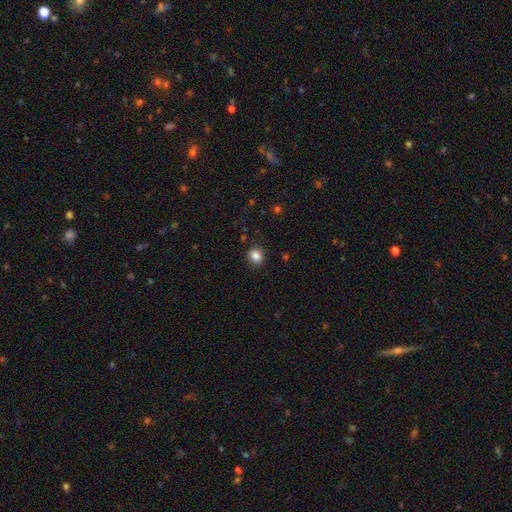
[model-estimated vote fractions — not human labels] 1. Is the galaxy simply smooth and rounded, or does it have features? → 85% smooth, 11% star or artifact, 4% featured or disk.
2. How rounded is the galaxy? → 72% round, 27% in between, 1% cigar-shaped.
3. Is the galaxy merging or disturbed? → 86% none, 10% minor disturbance, 3% major disturbance, 1% merger.